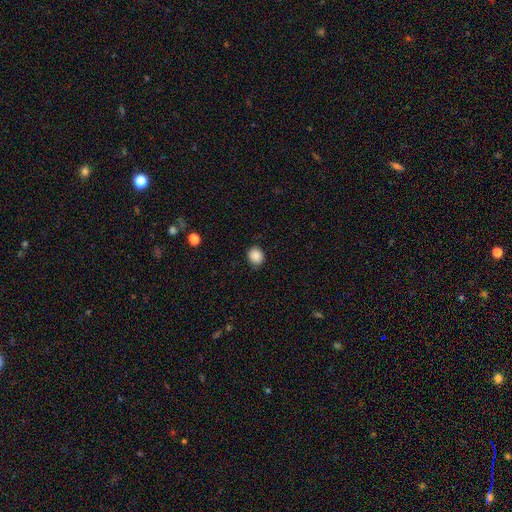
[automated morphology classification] The model was most divided on "how rounded": round: 70%, in between: 29%, cigar-shaped: 1%. More confident: smooth or featured — smooth (88%); merging — none (85%).